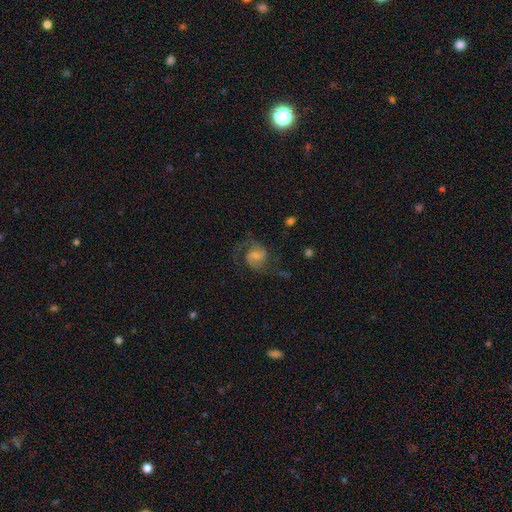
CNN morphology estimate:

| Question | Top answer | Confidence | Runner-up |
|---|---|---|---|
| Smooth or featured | featured or disk | 80% | smooth (11%) |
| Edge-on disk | no | 98% | yes (2%) |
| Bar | weak | 46% | no (43%) |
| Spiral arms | yes | 96% | no (4%) |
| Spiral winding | medium | 55% | loose (30%) |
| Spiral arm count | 2 | 90% | can't tell (4%) |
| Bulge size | small | 47% | moderate (30%) |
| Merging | none | 71% | minor disturbance (15%) |